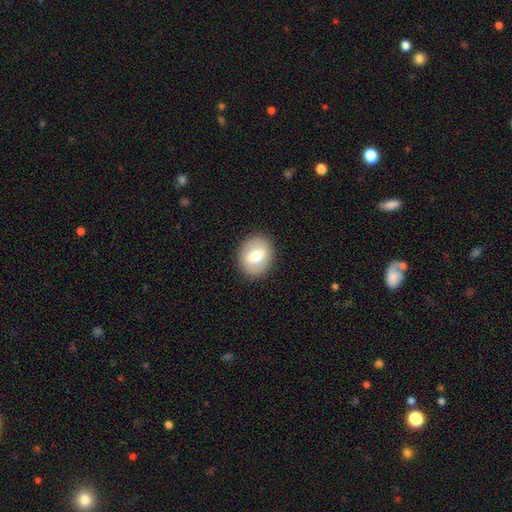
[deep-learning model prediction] Overall: smooth (62%; featured or disk 31%). How rounded: round (49%, tied with in between). Merging: none (88%).